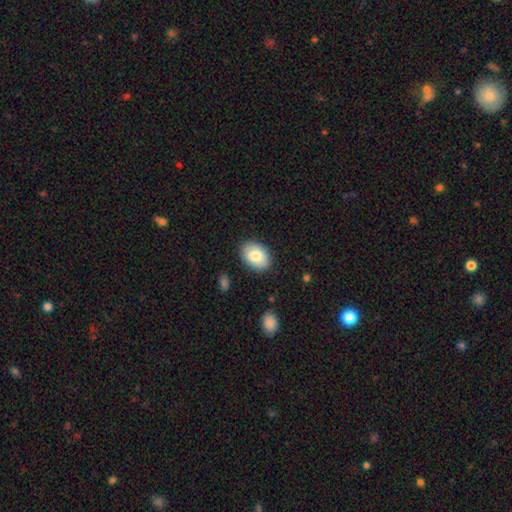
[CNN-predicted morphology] This is likely a smooth galaxy (80%). How rounded: clearly in between (83%). Merging: clearly none (86%).